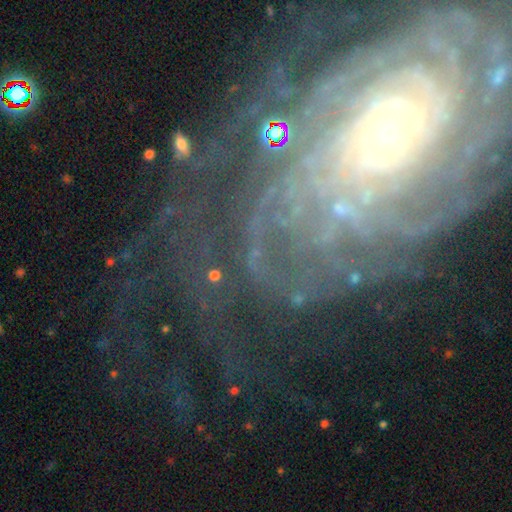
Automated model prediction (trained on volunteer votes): smooth_or_featured: featured or disk (p=0.79) [alt: star or artifact p=0.13]
disk_edge_on: no (p=0.96) [alt: yes p=0.04]
bar: no (p=0.61) [alt: weak p=0.25]
has_spiral_arms: yes (p=0.92) [alt: no p=0.08]
spiral_winding: tight (p=0.67) [alt: medium p=0.23]
spiral_arm_count: can't tell (p=0.36) [alt: more than 4 p=0.18]
bulge_size: small (p=0.73) [alt: moderate p=0.17]
merging: none (p=0.63) [alt: major disturbance p=0.18]